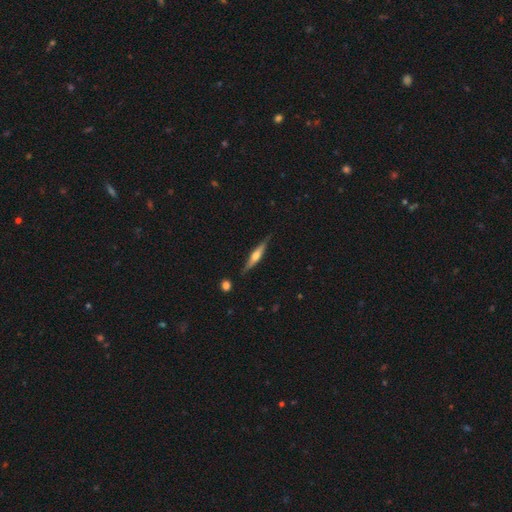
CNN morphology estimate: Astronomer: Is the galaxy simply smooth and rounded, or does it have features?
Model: featured or disk — 65%.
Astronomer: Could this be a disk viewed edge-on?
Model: yes — 96%.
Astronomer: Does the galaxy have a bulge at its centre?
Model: rounded — 87%.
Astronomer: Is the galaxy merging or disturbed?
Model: none — 83%.